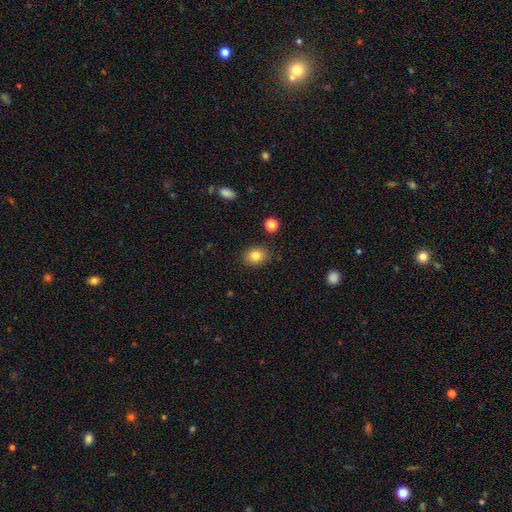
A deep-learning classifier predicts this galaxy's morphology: smooth 83%, star or artifact 10%, featured or disk 7%. Down the decision tree: how rounded — in between (53%); merging — none (87%).